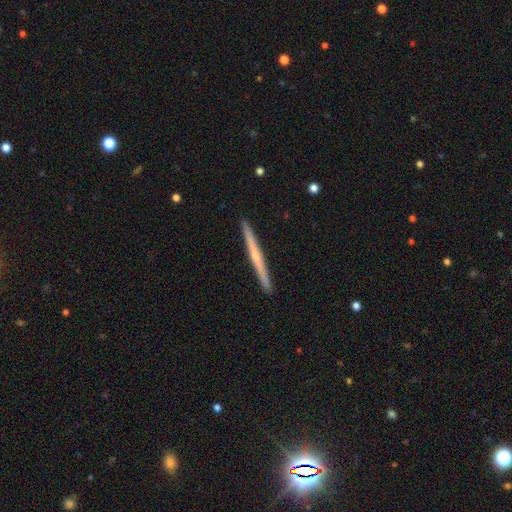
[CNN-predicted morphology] Smooth or featured: featured or disk — 66% (smooth — 29%)
Edge-on disk: yes — 98% (no — 2%)
Edge-on bulge: rounded — 53% (none — 43%)
Merging: none — 93% (minor disturbance — 5%)